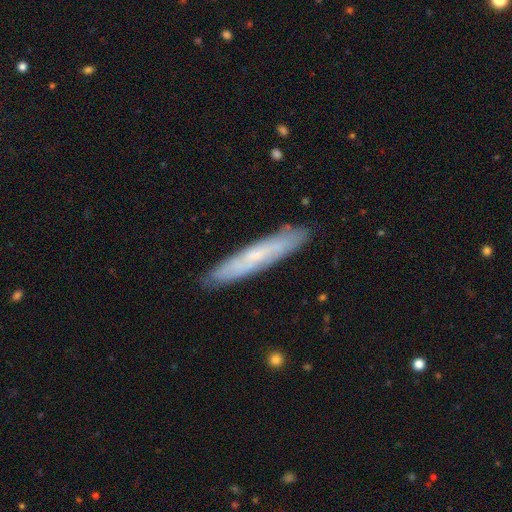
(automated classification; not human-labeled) Smooth or featured? Predicted: featured or disk (p=0.47). Merging? Predicted: none (p=0.85).